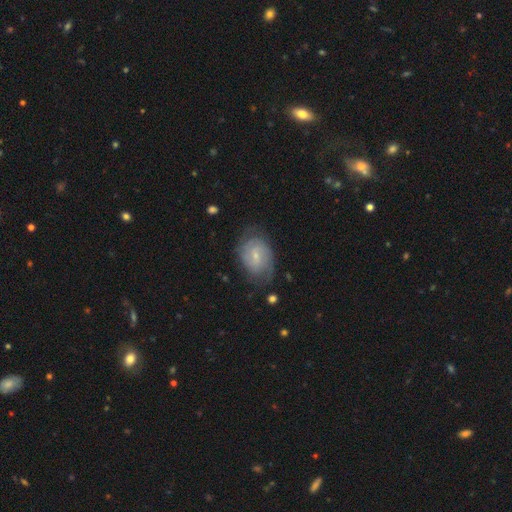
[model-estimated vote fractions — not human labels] This is likely a featured or disk galaxy (66%). It is clearly not viewed edge-on (97%). Bar: possibly weak (52%). Spiral arm pattern: clearly yes (87%). Spiral arm count: possibly 2 (49%). Spiral winding: possibly tight (49%). Central bulge: likely small (71%). Merging: likely none (66%).